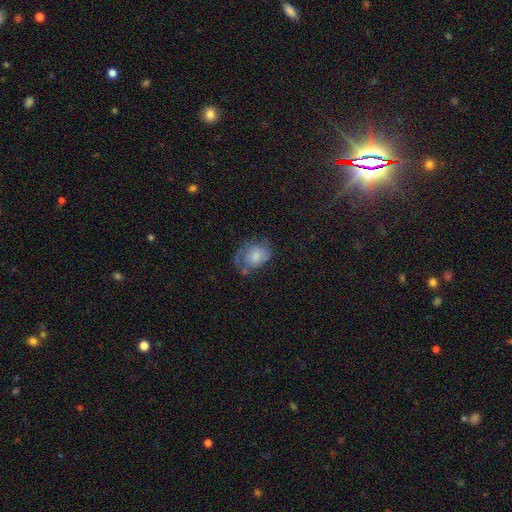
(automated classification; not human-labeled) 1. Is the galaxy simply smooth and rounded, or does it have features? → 48% smooth, 44% featured or disk, 9% star or artifact.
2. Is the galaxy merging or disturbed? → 36% none, 31% major disturbance, 28% minor disturbance, 4% merger.